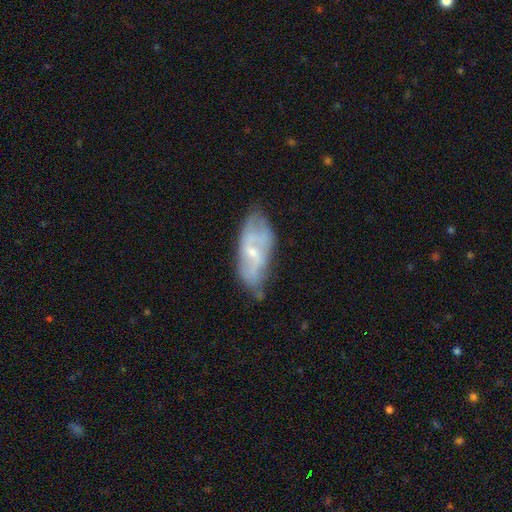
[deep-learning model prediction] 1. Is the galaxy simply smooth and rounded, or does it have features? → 62% featured or disk, 29% smooth, 9% star or artifact.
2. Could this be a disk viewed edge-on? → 85% no, 15% yes.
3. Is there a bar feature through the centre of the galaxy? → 47% no, 40% weak, 13% strong.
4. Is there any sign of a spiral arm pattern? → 61% yes, 39% no.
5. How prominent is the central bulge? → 62% small, 31% moderate, 5% none, 1% large, 1% dominant.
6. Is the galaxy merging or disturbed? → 62% none, 26% minor disturbance, 9% major disturbance, 3% merger.